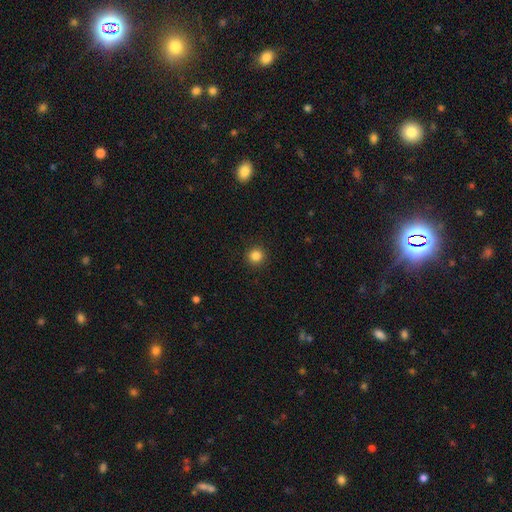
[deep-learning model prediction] Smooth or featured? Predicted: smooth (p=0.85). How rounded? Predicted: round (p=0.95). Merging? Predicted: none (p=0.93).